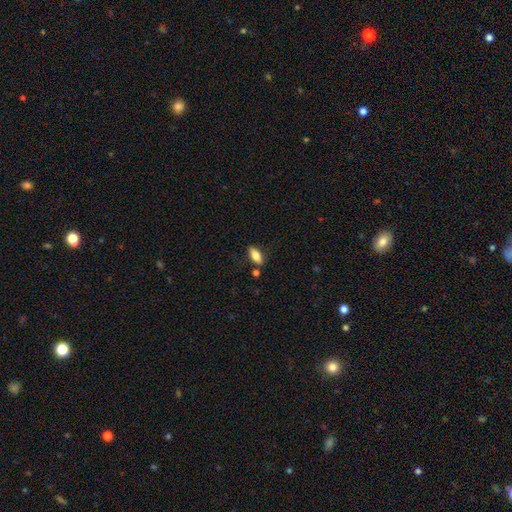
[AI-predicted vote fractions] Smooth or featured? smooth (76%)
How rounded? in between (81%)
Merging? none (80%)